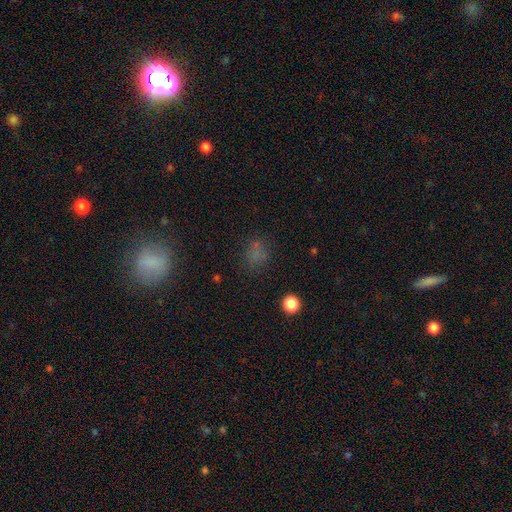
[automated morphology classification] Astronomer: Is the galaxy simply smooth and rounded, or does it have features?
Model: smooth — 58% (runner-up: star or artifact, 33%).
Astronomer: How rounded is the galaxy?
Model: round — 64%.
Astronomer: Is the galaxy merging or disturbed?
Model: none — 77%.